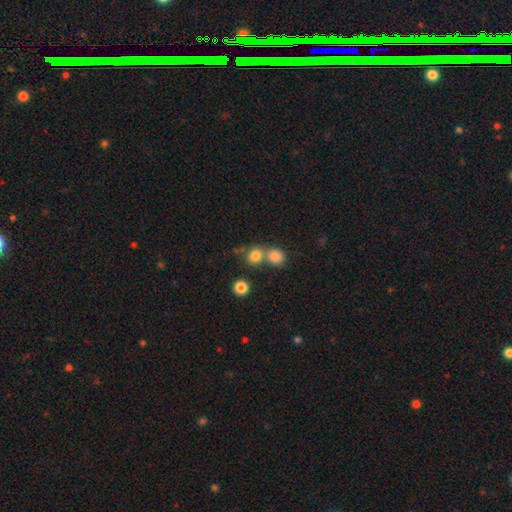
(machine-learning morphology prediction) smooth_or_featured: smooth (p=0.80) [alt: star or artifact p=0.13]
how_rounded: round (p=0.74) [alt: in between p=0.25]
merging: none (p=0.46) [alt: merger p=0.44]